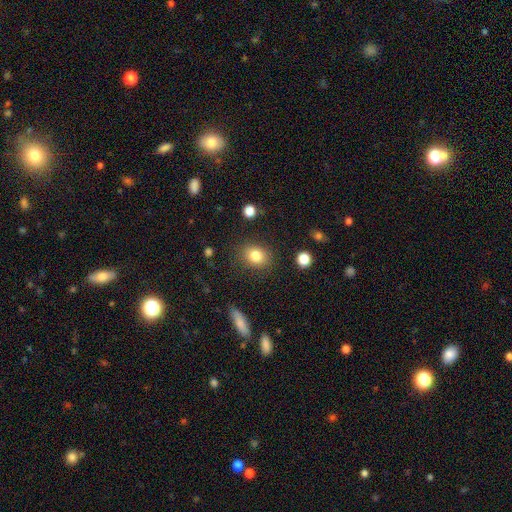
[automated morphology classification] This appears to be a smooth galaxy with no disk features (82%) that is round (50%). Merging: none (84%).